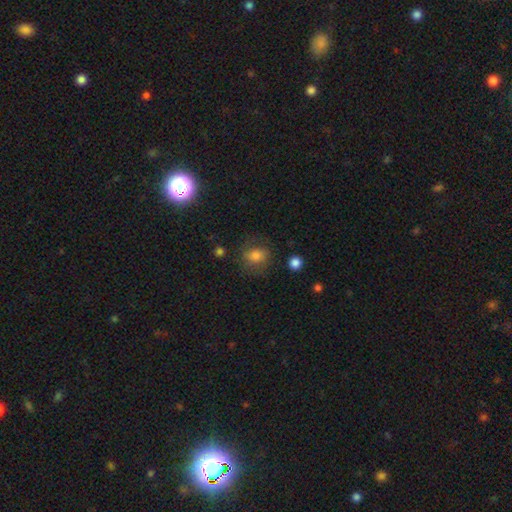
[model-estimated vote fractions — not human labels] Smooth or featured?
  - smooth: 73% *
  - featured or disk: 16%
  - star or artifact: 11%
How rounded?
  - round: 61% *
  - in between: 38%
  - cigar-shaped: 1%
Merging?
  - none: 65% *
  - minor disturbance: 20%
  - major disturbance: 13%
  - merger: 2%